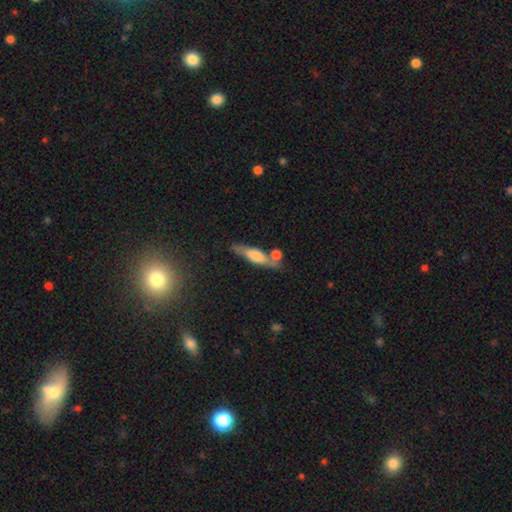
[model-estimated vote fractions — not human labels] Smooth or featured: smooth — 52% (featured or disk — 40%)
How rounded: cigar-shaped — 71% (in between — 25%)
Merging: none — 60% (merger — 20%)